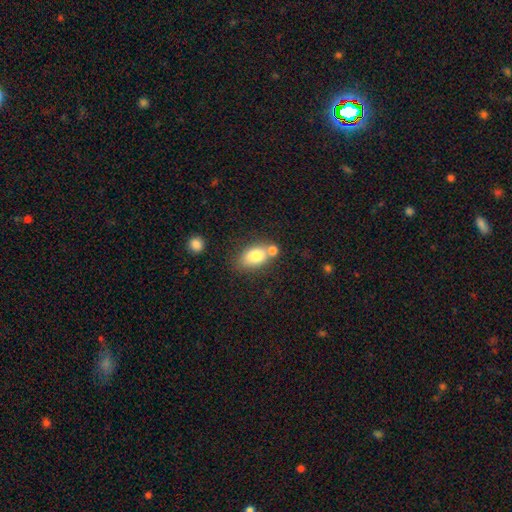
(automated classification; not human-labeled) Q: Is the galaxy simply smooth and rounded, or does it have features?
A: smooth — 80%.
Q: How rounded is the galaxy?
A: in between — 85%.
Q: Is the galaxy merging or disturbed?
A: none — 50%.